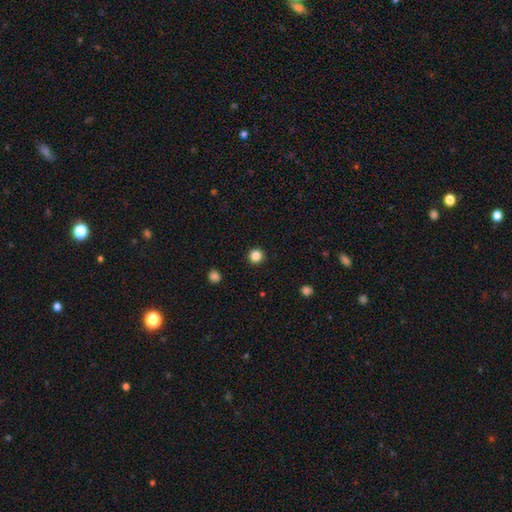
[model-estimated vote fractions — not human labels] Smooth or featured? Predicted: smooth (p=0.84). How rounded? Predicted: round (p=0.95). Merging? Predicted: none (p=0.93).